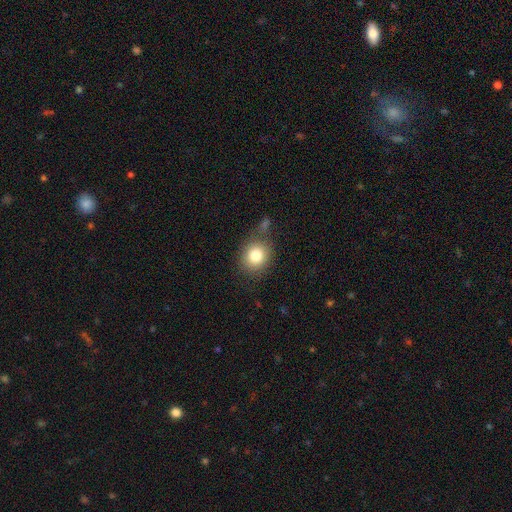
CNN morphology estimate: A smooth galaxy with no disk features (82%) that is round (75%).

Vote fractions:
- Smooth or featured? smooth: 82% / star or artifact: 10% / featured or disk: 8%
- How rounded? round: 75% / in between: 24% / cigar-shaped: 1%
- Merging? none: 71% / minor disturbance: 15% / merger: 8% / major disturbance: 6%